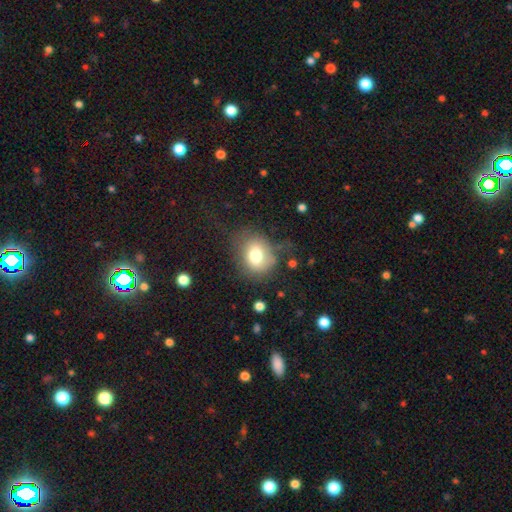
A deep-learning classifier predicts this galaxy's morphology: Overall: smooth (74%). How rounded: round (62%; in between 37%). Merging: none (59%; minor disturbance 23%).